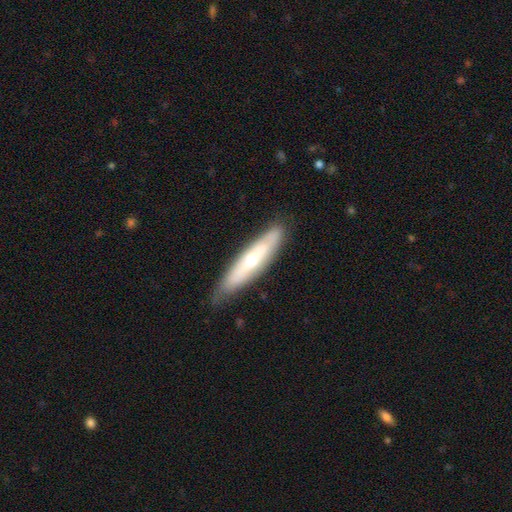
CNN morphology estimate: The model was most divided on "smooth or featured": featured or disk: 48%, smooth: 46%, star or artifact: 6%. More confident: merging — none (81%).